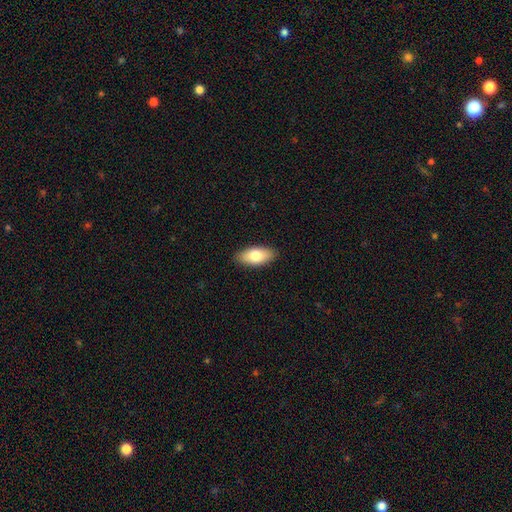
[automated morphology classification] Q: Smooth or featured?
A: smooth (77%); runner-up: featured or disk (16%)
Q: How rounded?
A: in between (89%); runner-up: cigar-shaped (8%)
Q: Merging?
A: none (89%); runner-up: minor disturbance (9%)